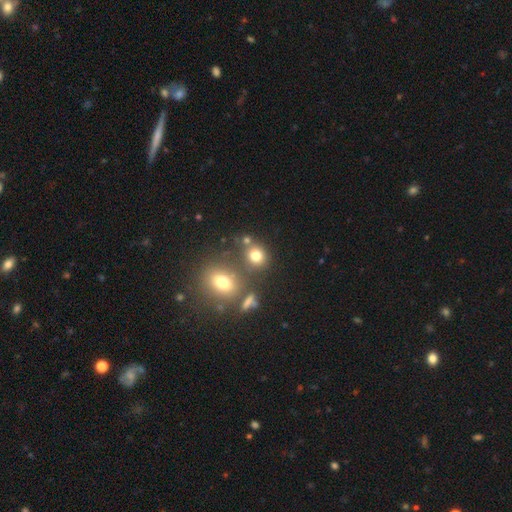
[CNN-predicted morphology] Overall: smooth (74%). How rounded: round (74%). Merging: none (62%).